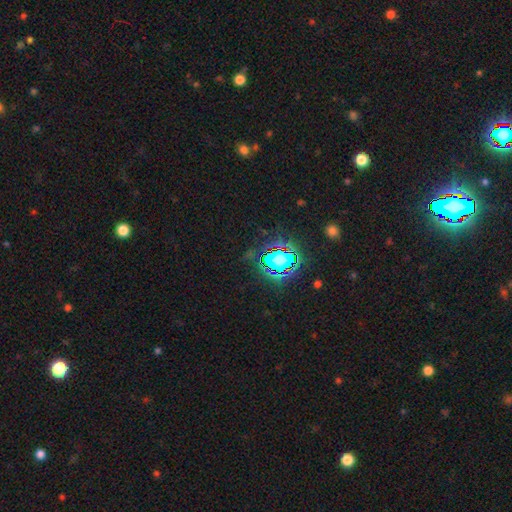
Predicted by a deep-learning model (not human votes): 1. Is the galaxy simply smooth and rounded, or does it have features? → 82% star or artifact, 11% smooth, 7% featured or disk.